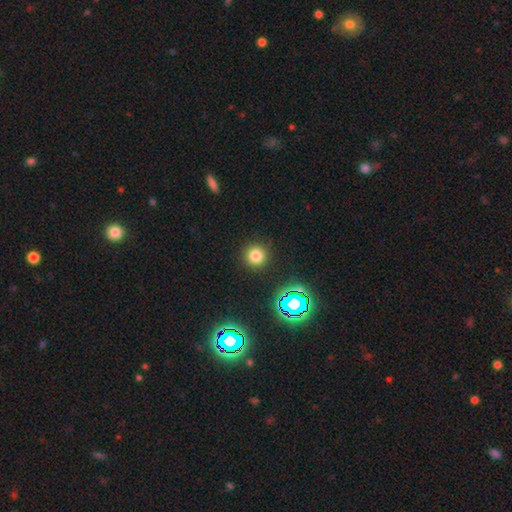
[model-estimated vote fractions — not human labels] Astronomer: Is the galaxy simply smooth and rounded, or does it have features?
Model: smooth — 74%.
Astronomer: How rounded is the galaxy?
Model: round — 95%.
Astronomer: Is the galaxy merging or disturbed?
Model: none — 90%.